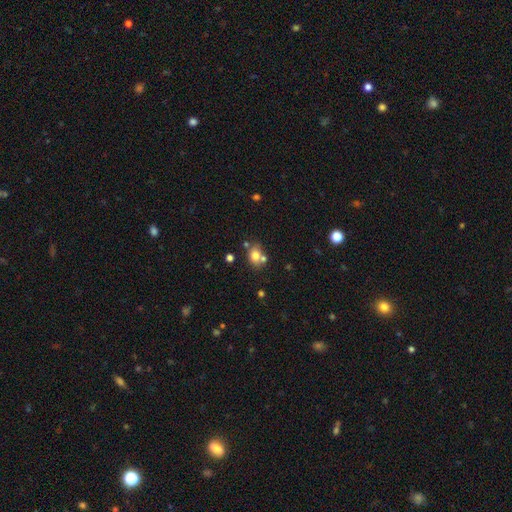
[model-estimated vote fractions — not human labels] This appears to be a smooth galaxy with no disk features (73%) that is in between round and cigar-shaped (52%). Merging: none (54%).